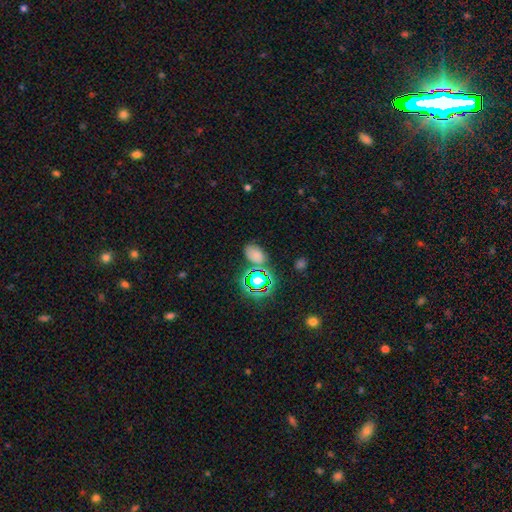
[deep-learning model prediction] Smooth or featured?
  - smooth: 59% *
  - star or artifact: 31%
  - featured or disk: 10%
How rounded?
  - in between: 81% *
  - round: 18%
  - cigar-shaped: 2%
Merging?
  - none: 69% *
  - minor disturbance: 17%
  - merger: 7%
  - major disturbance: 6%